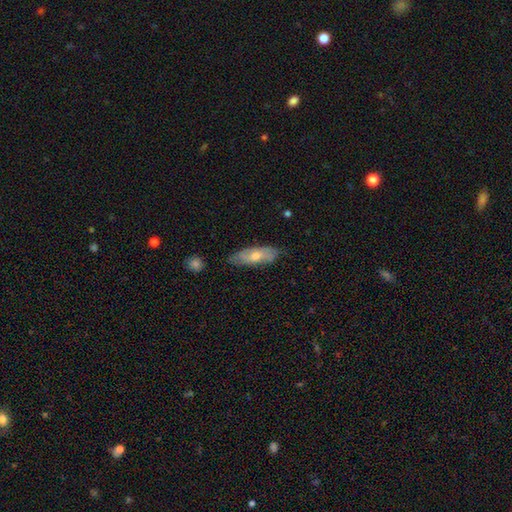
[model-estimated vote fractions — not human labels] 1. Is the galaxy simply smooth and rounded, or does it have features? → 50% smooth, 44% featured or disk, 7% star or artifact.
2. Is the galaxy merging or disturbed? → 80% none, 16% minor disturbance, 3% major disturbance, 1% merger.